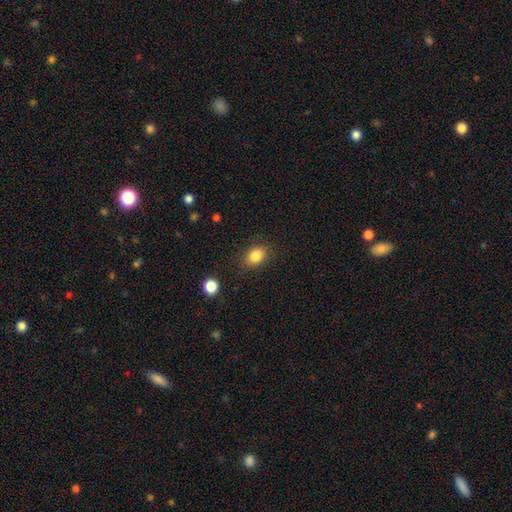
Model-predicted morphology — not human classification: smooth-or-featured: smooth: 85% | star or artifact: 9% | featured or disk: 6%
  how-rounded: in between: 74% | round: 25% | cigar-shaped: 1%
  merging: none: 84% | minor disturbance: 11% | major disturbance: 3% | merger: 2%